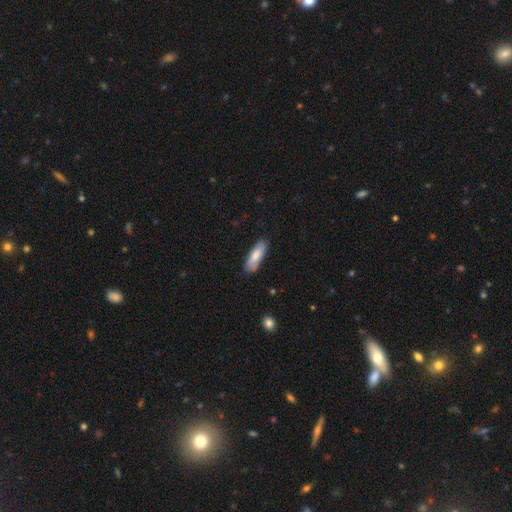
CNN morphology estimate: Smooth or featured? Predicted: smooth (p=0.80). How rounded? Predicted: in between (p=0.54). Merging? Predicted: none (p=0.83).